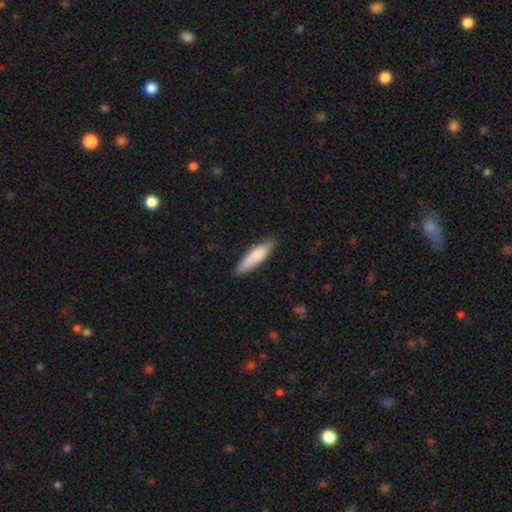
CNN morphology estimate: Smooth or featured?
  - smooth: 79% *
  - featured or disk: 15%
  - star or artifact: 5%
How rounded?
  - cigar-shaped: 65% *
  - in between: 34%
  - round: 1%
Merging?
  - none: 84% *
  - minor disturbance: 13%
  - major disturbance: 2%
  - merger: 1%